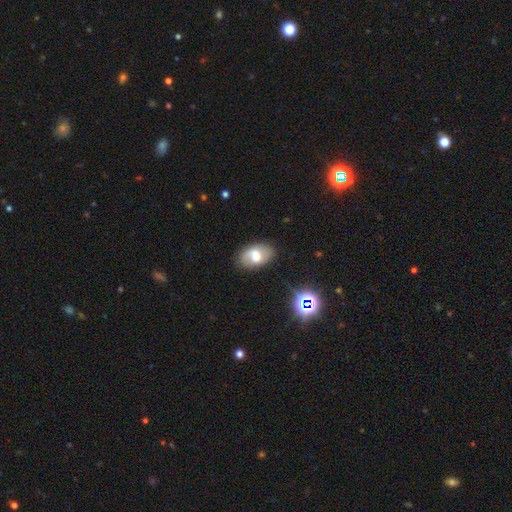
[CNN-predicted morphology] The model was most divided on "smooth or featured": smooth: 62%, featured or disk: 29%, star or artifact: 10%. More confident: how rounded — in between (91%); merging — none (82%).